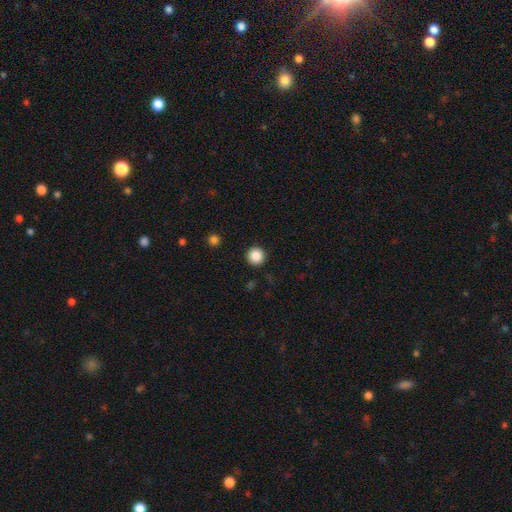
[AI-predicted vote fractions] smooth 87%, star or artifact 10%, featured or disk 3%. Down the decision tree: how rounded — round (96%); merging — none (93%).